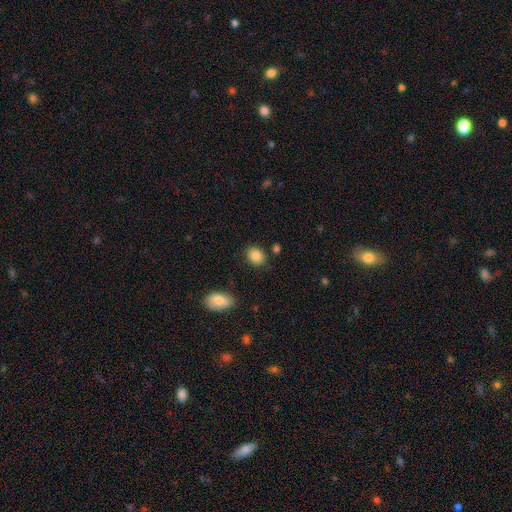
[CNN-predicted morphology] Smooth or featured: smooth — 85% (star or artifact — 9%)
How rounded: round — 52% (in between — 47%)
Merging: none — 83% (minor disturbance — 10%)